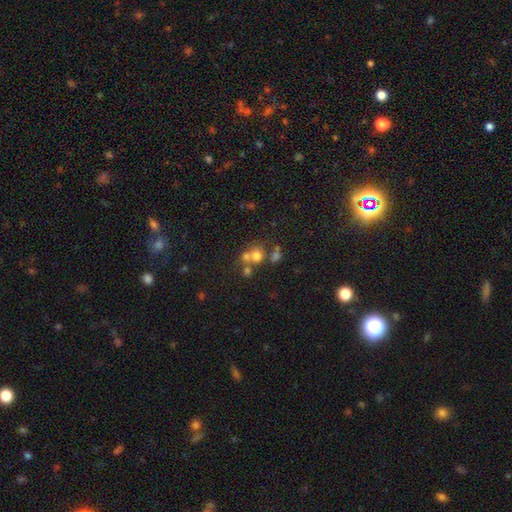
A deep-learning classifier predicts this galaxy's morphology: Overall: smooth (61%). How rounded: round (83%). Merging: none (45%; merger 43%).